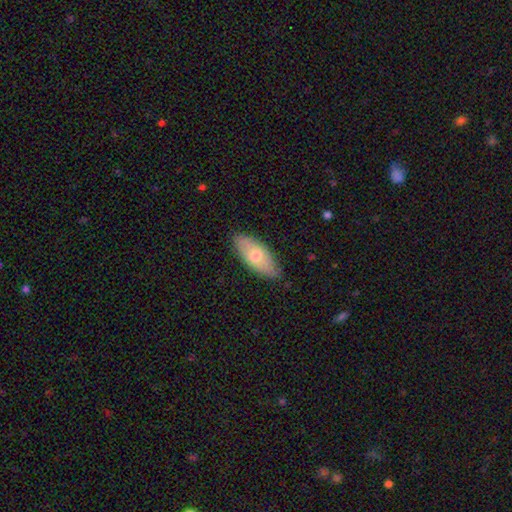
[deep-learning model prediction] This appears to be a smooth galaxy with no disk features (67%) that is in between round and cigar-shaped (84%). Merging: none (82%).